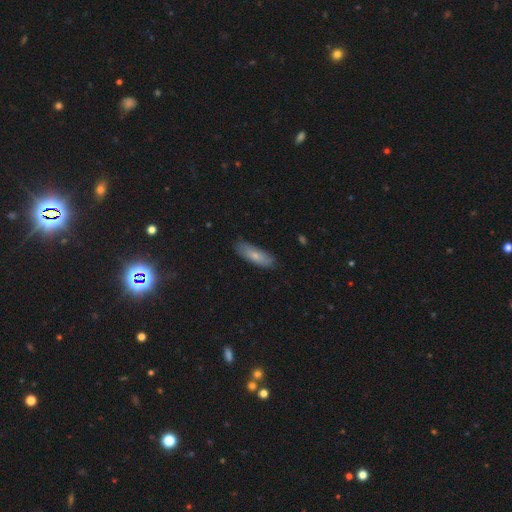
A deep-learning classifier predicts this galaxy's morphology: The model was most divided on "how rounded": in between: 56%, cigar-shaped: 42%, round: 2%. More confident: merging — none (79%); smooth or featured — smooth (72%).